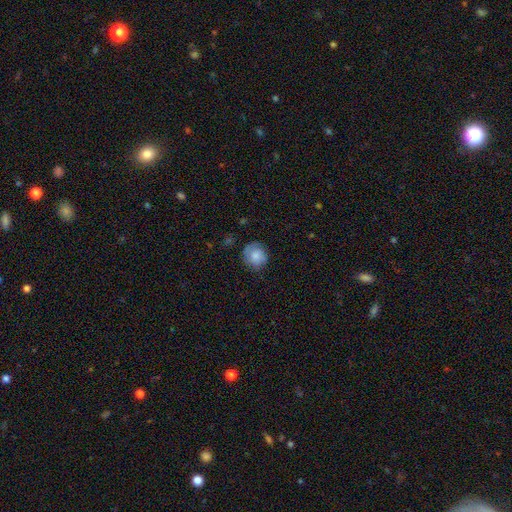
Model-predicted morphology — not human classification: smooth-or-featured: smooth: 73% | featured or disk: 19% | star or artifact: 8%
  how-rounded: round: 85% | in between: 14% | cigar-shaped: 1%
  merging: none: 74% | minor disturbance: 20% | major disturbance: 6% | merger: 1%